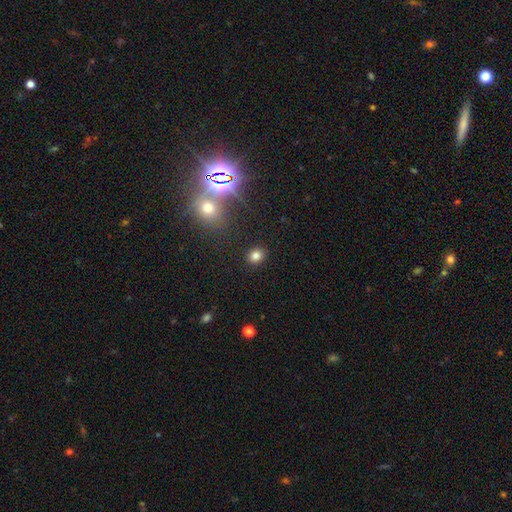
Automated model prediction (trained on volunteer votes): This appears to be a smooth galaxy with no disk features (80%) that is round (65%). Merging: none (89%).